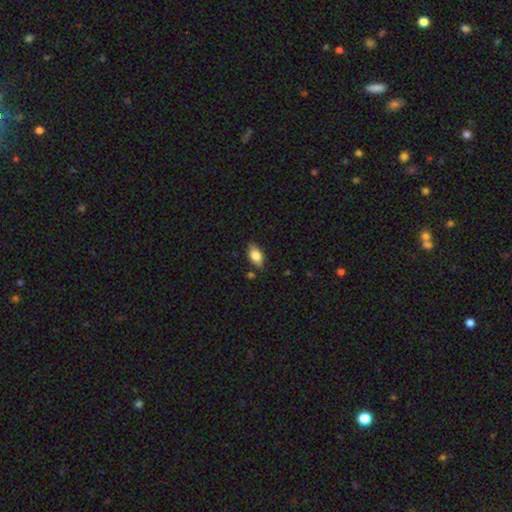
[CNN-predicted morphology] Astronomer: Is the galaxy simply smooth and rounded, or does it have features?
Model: smooth — 82%.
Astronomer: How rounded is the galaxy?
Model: in between — 89%.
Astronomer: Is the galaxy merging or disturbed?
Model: none — 81%.